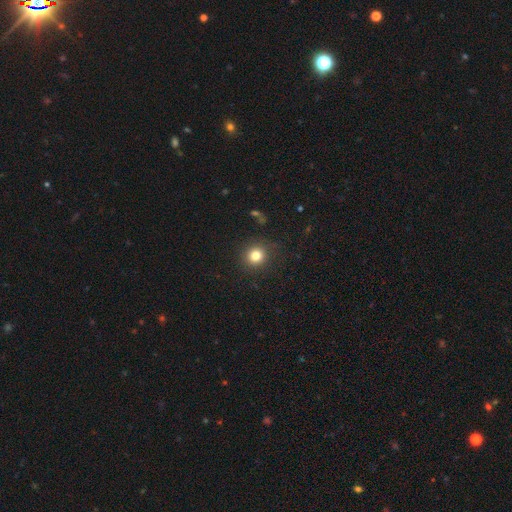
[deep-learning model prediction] Morphology: type=smooth (80%); roundness=round (89%); merging=none (88%).